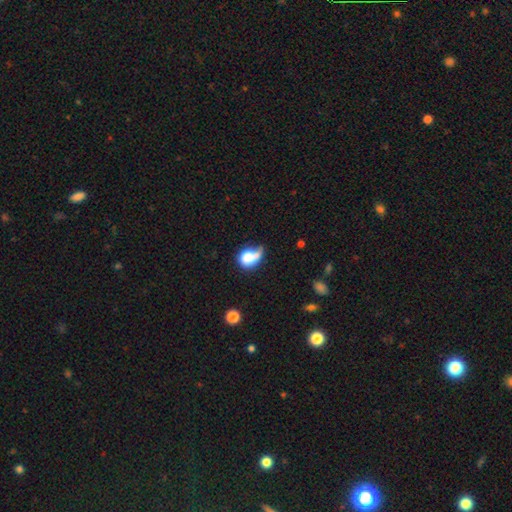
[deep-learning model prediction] Q: Smooth or featured?
A: smooth (72%); runner-up: featured or disk (20%)
Q: How rounded?
A: round (50%); runner-up: in between (48%)
Q: Merging?
A: merger (31%); runner-up: none (27%)